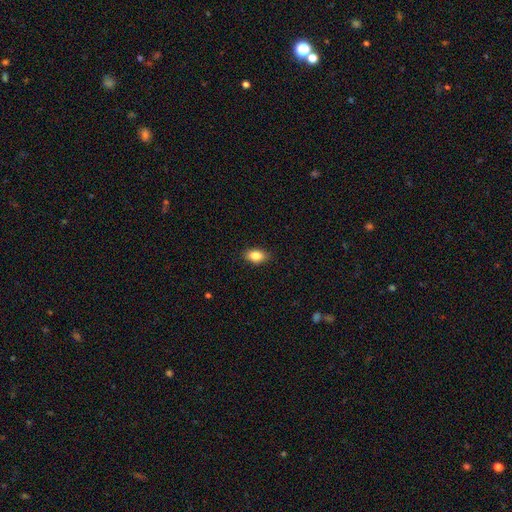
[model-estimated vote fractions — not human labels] This is clearly a smooth galaxy (86%). How rounded: clearly in between (89%). Merging: clearly none (89%).